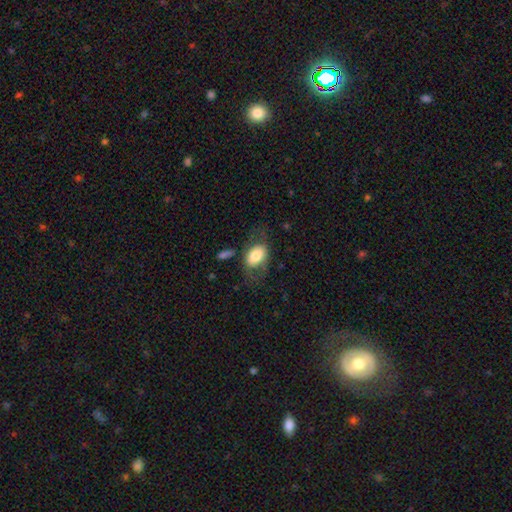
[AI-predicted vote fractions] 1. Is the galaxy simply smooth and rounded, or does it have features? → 69% smooth, 25% featured or disk, 7% star or artifact.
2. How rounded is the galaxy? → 85% in between, 13% round, 2% cigar-shaped.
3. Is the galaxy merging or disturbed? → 52% none, 22% minor disturbance, 20% major disturbance, 6% merger.